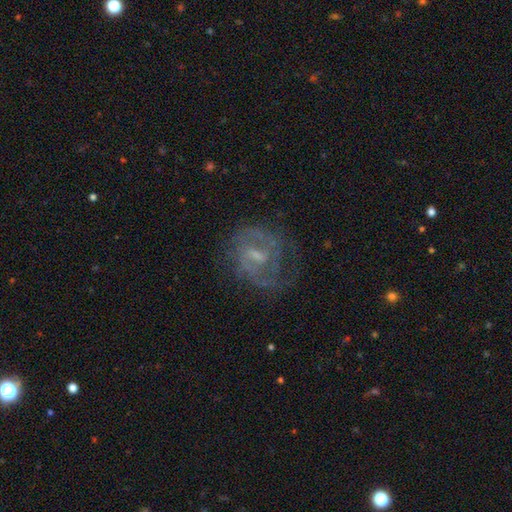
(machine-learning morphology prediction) A featured or disk galaxy (79%) with a weak bar (58%), 2 (54%) medium (46%) spiral arms (86%) and a small central bulge (44%). Merging: none (63%).